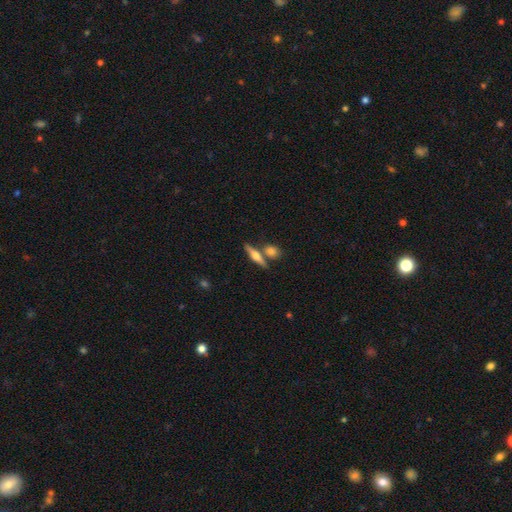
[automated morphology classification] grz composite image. It shows a featured or disk galaxy (61%) viewed edge-on (96%) with a rounded central bulge (92%). Merging: none (71%).